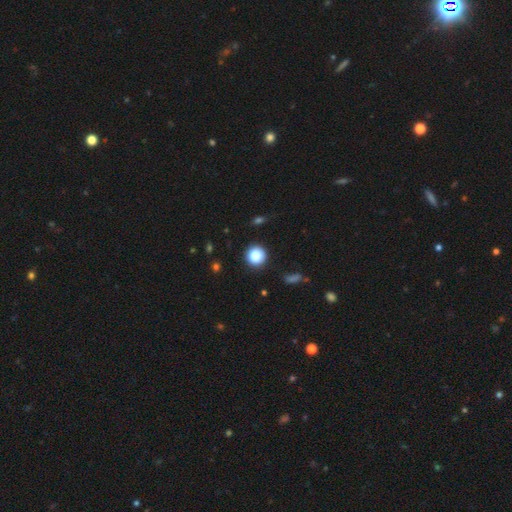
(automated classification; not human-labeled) This is clearly a smooth galaxy (86%). How rounded: clearly round (93%). Merging: clearly none (88%).